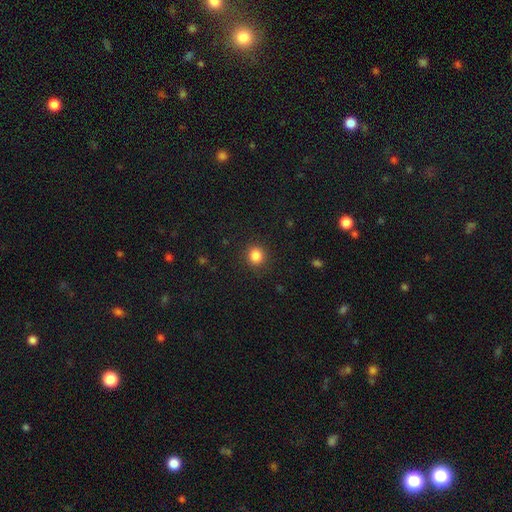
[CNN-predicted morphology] The model was most divided on "how rounded": round: 85%, in between: 14%, cigar-shaped: 1%. More confident: merging — none (90%); smooth or featured — smooth (85%).